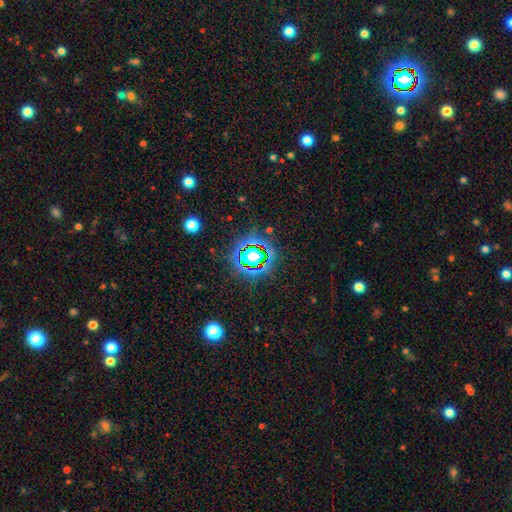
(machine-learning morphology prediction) Overall: star or artifact (69%).